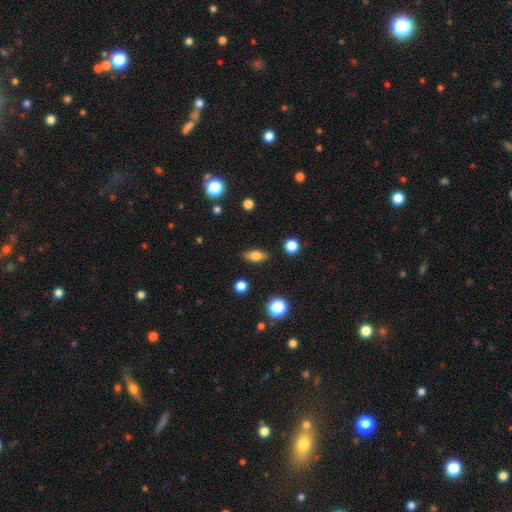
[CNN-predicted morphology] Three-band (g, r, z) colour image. It shows a smooth galaxy with no disk features (73%) that is in between round and cigar-shaped (76%). Merging: none (86%).